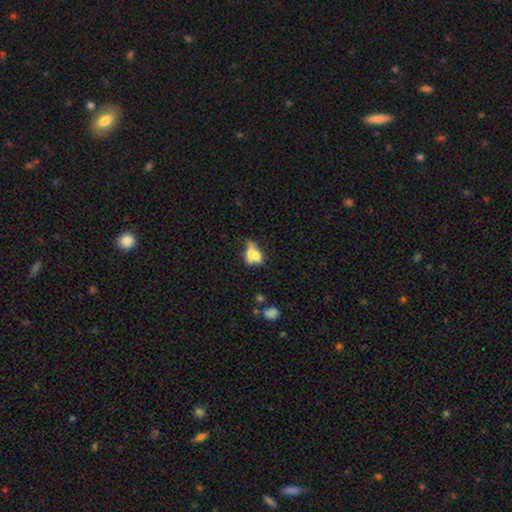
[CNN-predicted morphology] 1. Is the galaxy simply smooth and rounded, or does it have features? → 58% smooth, 31% featured or disk, 11% star or artifact.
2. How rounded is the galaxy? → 67% in between, 26% round, 8% cigar-shaped.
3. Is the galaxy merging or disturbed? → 51% merger, 21% none, 15% major disturbance, 13% minor disturbance.